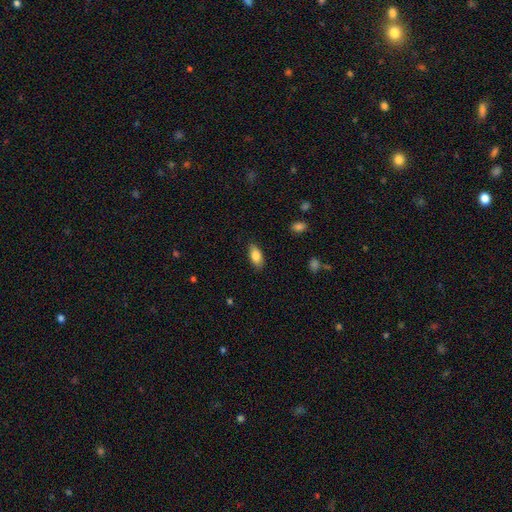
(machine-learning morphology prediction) Q: Smooth or featured?
A: smooth (82%); runner-up: featured or disk (11%)
Q: How rounded?
A: in between (89%); runner-up: cigar-shaped (8%)
Q: Merging?
A: none (85%); runner-up: minor disturbance (11%)